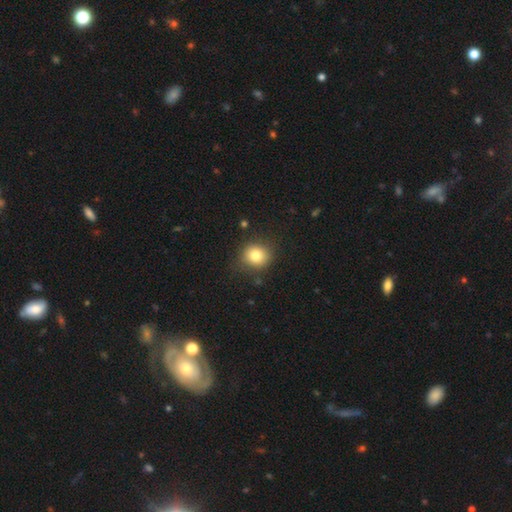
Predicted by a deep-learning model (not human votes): Q: Smooth or featured?
A: smooth (81%); runner-up: star or artifact (11%)
Q: How rounded?
A: round (81%); runner-up: in between (18%)
Q: Merging?
A: none (82%); runner-up: minor disturbance (12%)